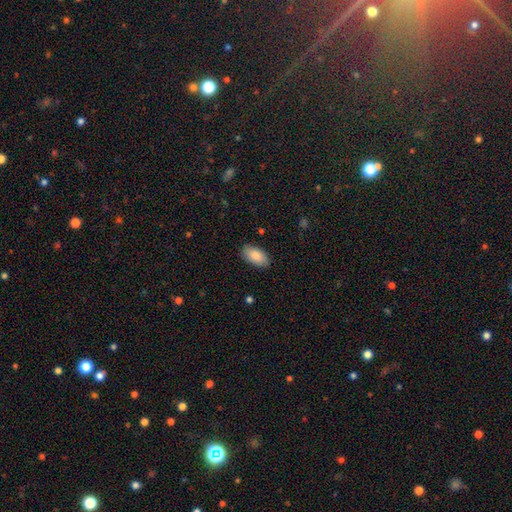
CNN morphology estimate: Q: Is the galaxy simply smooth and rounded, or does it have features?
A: smooth — 86%.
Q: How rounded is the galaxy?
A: in between — 95%.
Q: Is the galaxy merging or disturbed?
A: none — 87%.